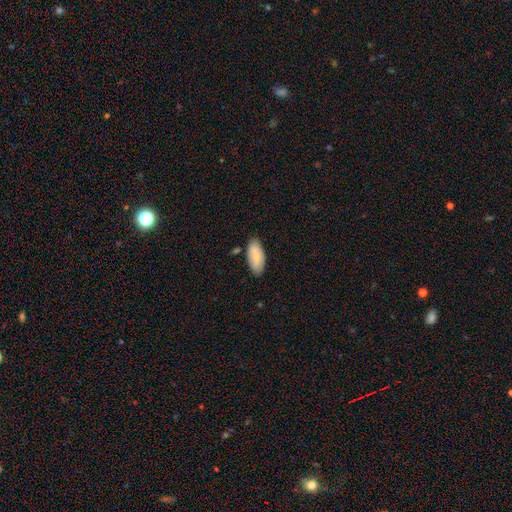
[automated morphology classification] Smooth or featured: smooth — 76% (featured or disk — 18%)
How rounded: in between — 90% (cigar-shaped — 8%)
Merging: none — 79% (minor disturbance — 15%)